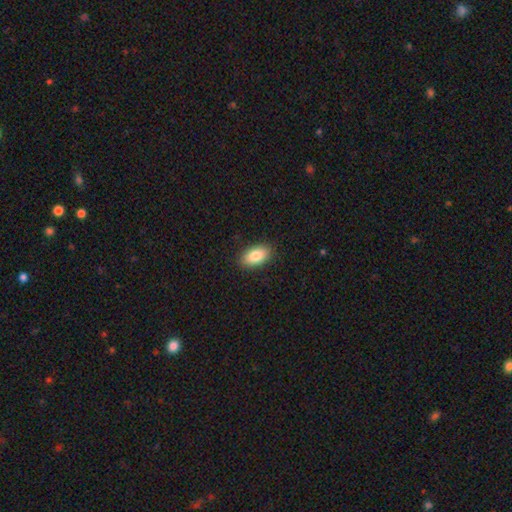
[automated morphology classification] Smooth or featured: smooth — 83% (featured or disk — 10%)
How rounded: in between — 92% (round — 4%)
Merging: none — 88% (minor disturbance — 9%)